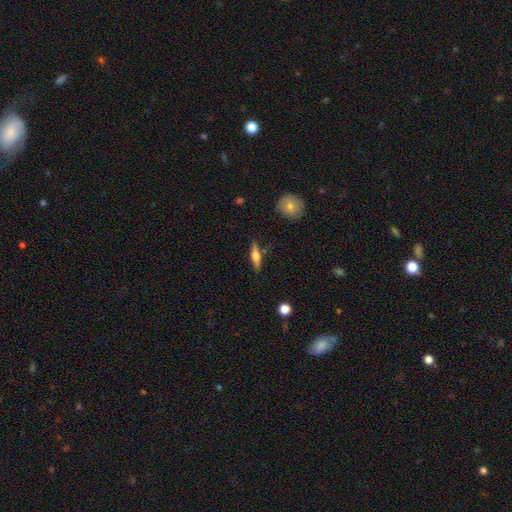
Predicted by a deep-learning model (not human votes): smooth_or_featured: featured or disk (p=0.55) [alt: smooth p=0.39]
disk_edge_on: yes (p=0.94) [alt: no p=0.06]
edge_on_bulge: rounded (p=0.91) [alt: boxy p=0.06]
merging: none (p=0.84) [alt: minor disturbance p=0.11]